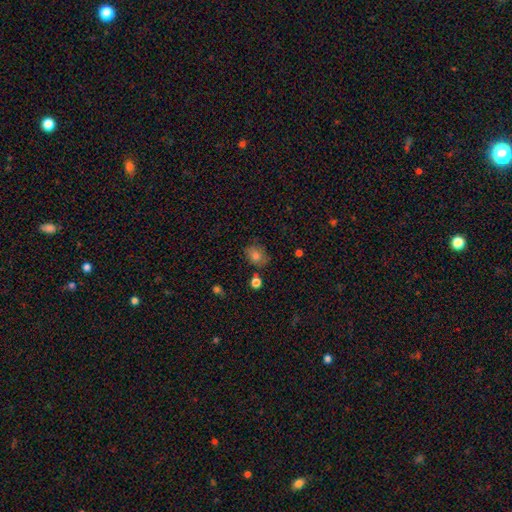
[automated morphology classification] This appears to be a smooth galaxy with no disk features (74%) that is in between round and cigar-shaped (57%). Merging: none (73%).